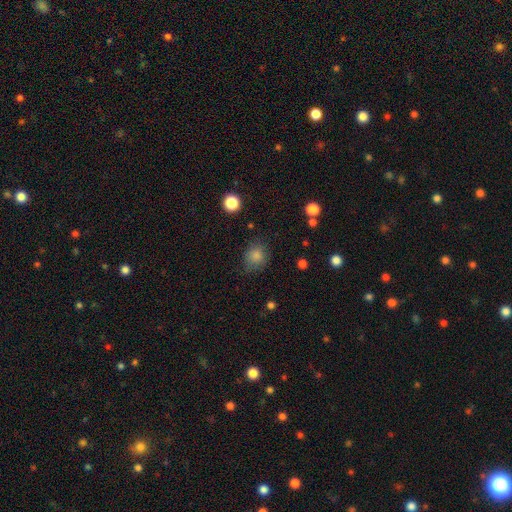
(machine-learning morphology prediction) Smooth or featured: smooth — 83% (star or artifact — 12%)
How rounded: round — 77% (in between — 22%)
Merging: none — 73% (minor disturbance — 20%)